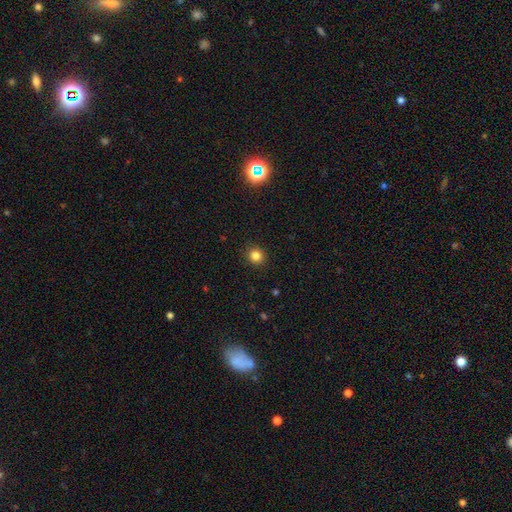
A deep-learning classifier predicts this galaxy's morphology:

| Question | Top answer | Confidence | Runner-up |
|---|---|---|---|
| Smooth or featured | smooth | 83% | star or artifact (12%) |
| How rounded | round | 86% | in between (13%) |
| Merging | none | 91% | minor disturbance (6%) |